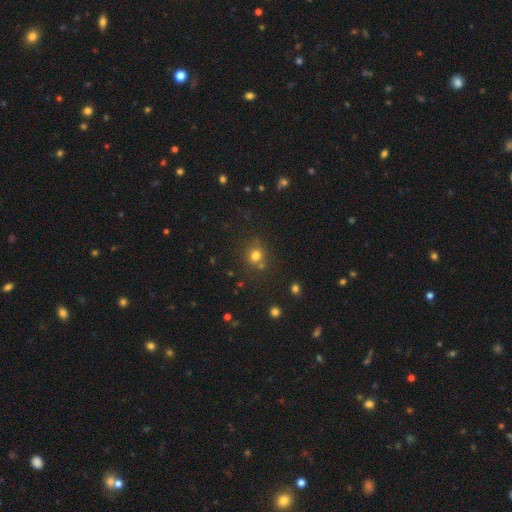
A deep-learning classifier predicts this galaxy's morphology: type=smooth (76%); roundness=round (86%); merging=none (71%).